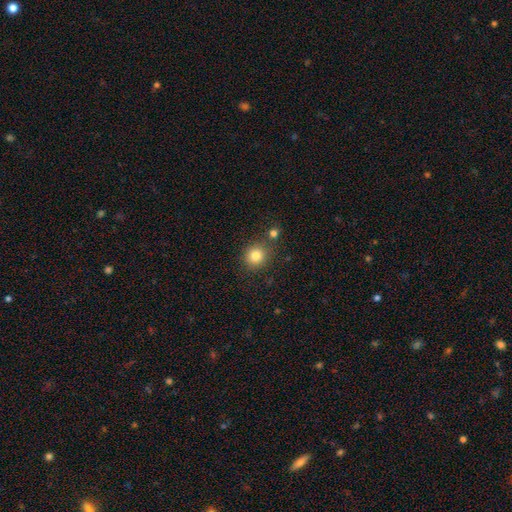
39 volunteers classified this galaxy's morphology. smooth_or_featured: smooth (p=0.85) [alt: star or artifact p=0.13]
how_rounded: round (p=0.97) [alt: in between p=0.03]
merging: none (p=0.91) [alt: minor disturbance p=0.06]